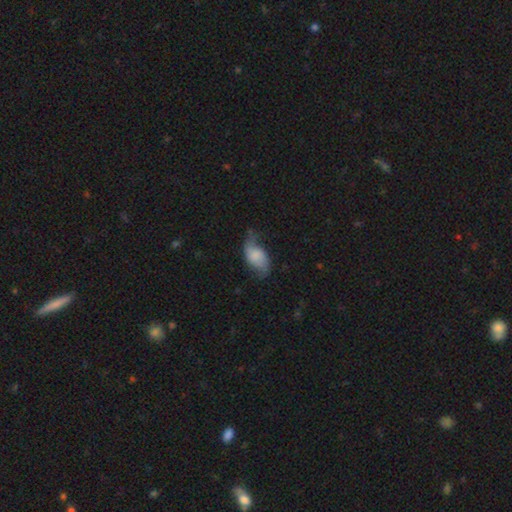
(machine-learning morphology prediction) Smooth or featured: smooth — 48% (featured or disk — 44%)
Merging: none — 47% (minor disturbance — 32%)